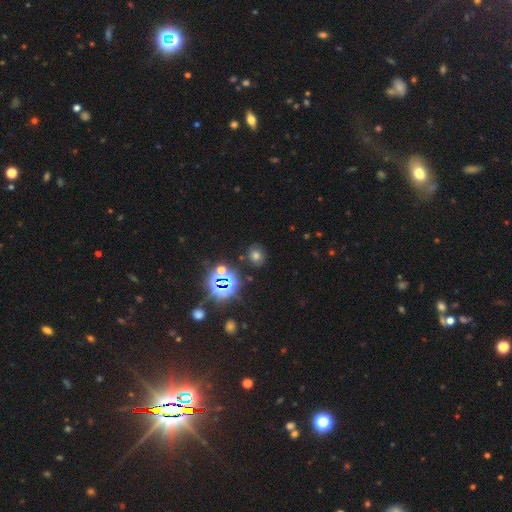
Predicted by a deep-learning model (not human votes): smooth_or_featured: smooth (p=0.48) [alt: star or artifact p=0.40]
merging: none (p=0.82) [alt: minor disturbance p=0.11]